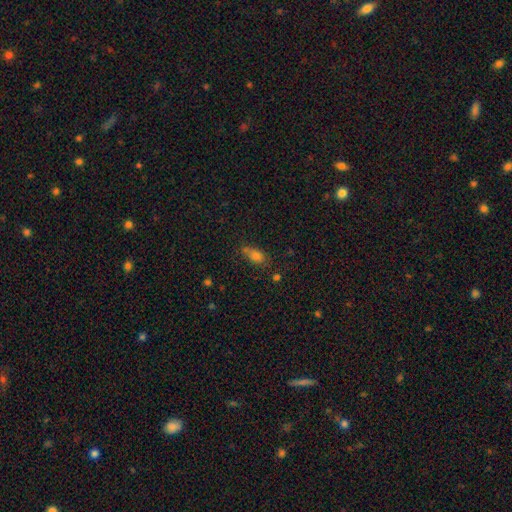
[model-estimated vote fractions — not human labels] Smooth or featured? smooth (75%)
How rounded? in between (75%)
Merging? none (57%)